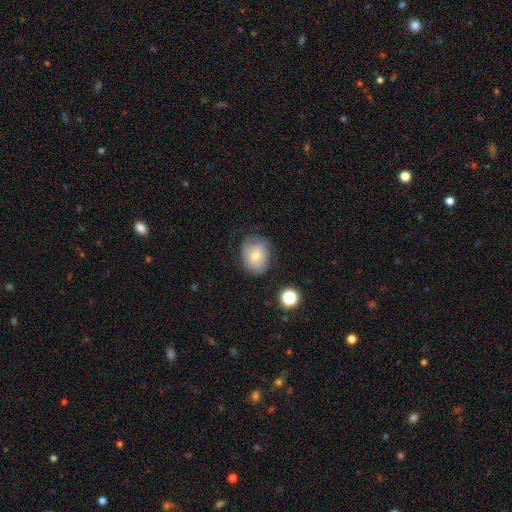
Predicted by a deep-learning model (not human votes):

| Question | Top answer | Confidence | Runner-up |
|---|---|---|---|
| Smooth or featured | smooth | 65% | featured or disk (25%) |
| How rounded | round | 56% | in between (43%) |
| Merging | none | 61% | minor disturbance (27%) |